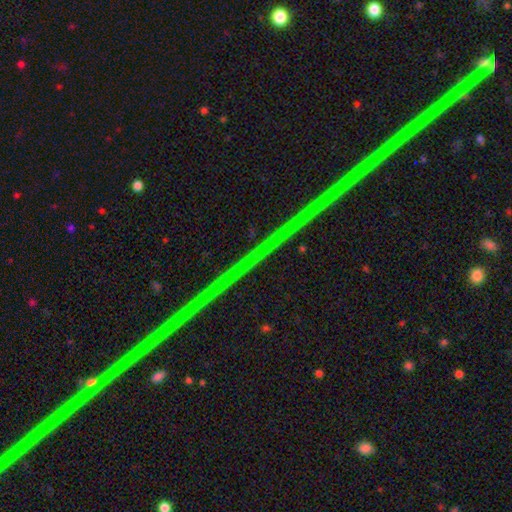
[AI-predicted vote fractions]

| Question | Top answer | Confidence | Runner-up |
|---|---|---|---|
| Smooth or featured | star or artifact | 86% | featured or disk (10%) |